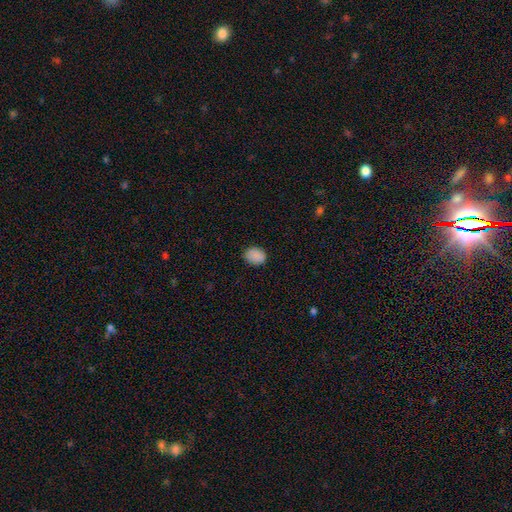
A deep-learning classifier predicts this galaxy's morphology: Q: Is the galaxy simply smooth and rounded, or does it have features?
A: smooth — 88%.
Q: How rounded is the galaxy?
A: in between — 56%.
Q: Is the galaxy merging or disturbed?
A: none — 79%.